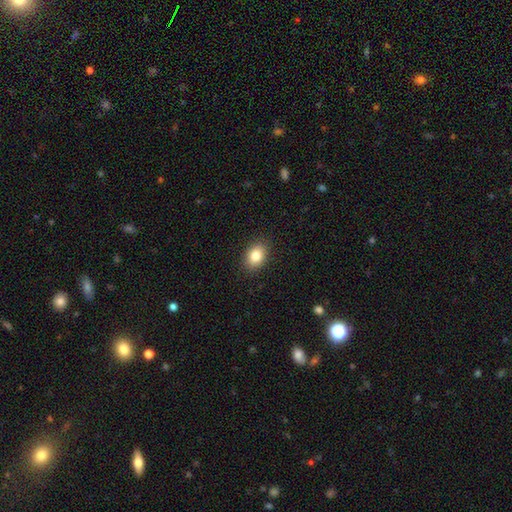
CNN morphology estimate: Overall: smooth (83%). How rounded: in between (74%). Merging: none (89%).